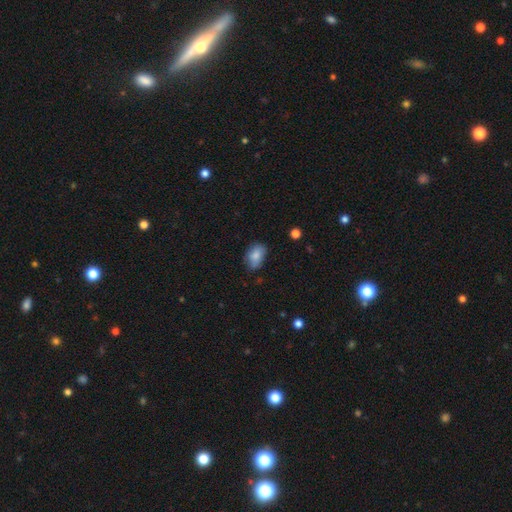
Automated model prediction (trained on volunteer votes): Morphology: type=smooth (80%); roundness=in between (84%); merging=none (63%).